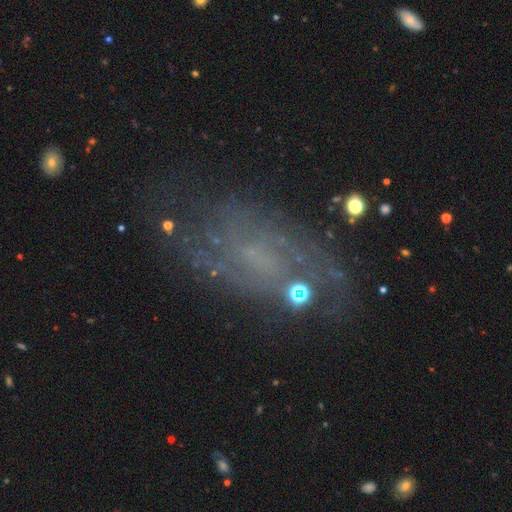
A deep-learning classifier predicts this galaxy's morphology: A featured or disk galaxy (70%) with no bar (57%), medium (42%) spiral arms (83%) and no central bulge (47%). Merging: none (65%).